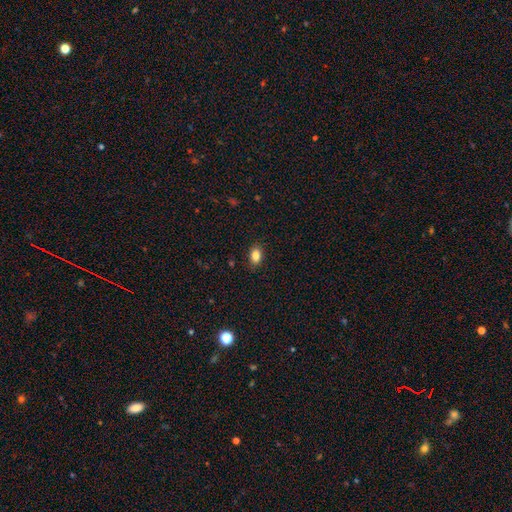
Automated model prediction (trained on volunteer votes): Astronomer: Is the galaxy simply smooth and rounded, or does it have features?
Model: smooth — 85%.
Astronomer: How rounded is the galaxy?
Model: in between — 82%.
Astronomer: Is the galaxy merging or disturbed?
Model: none — 88%.